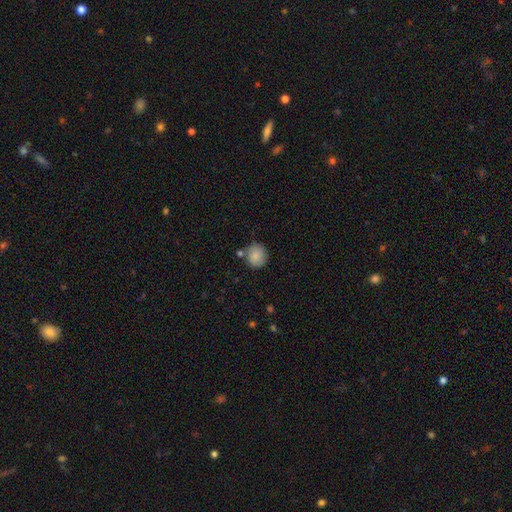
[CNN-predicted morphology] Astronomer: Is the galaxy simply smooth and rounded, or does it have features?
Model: smooth — 86%.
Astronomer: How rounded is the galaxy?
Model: round — 89%.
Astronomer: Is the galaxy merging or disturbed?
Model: none — 75%.